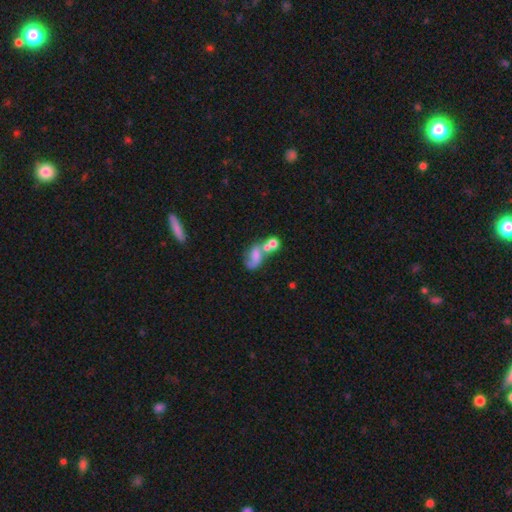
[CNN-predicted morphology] featured or disk 44% (tied), smooth 44% (tied), star or artifact 13%. Down the decision tree: merging — merger (43%).